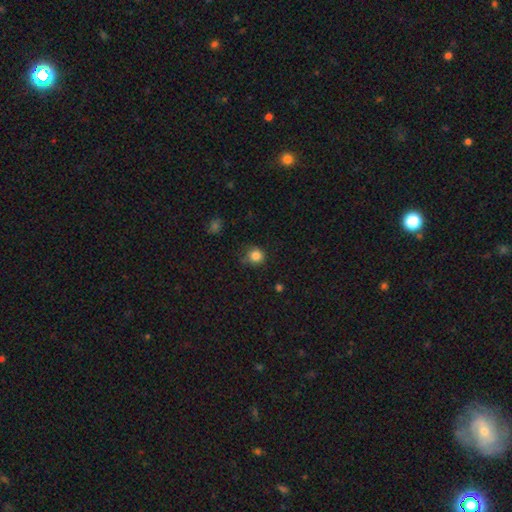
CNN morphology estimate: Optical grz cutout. It shows a smooth galaxy with no disk features (84%) that is round (90%). Merging: none (71%).